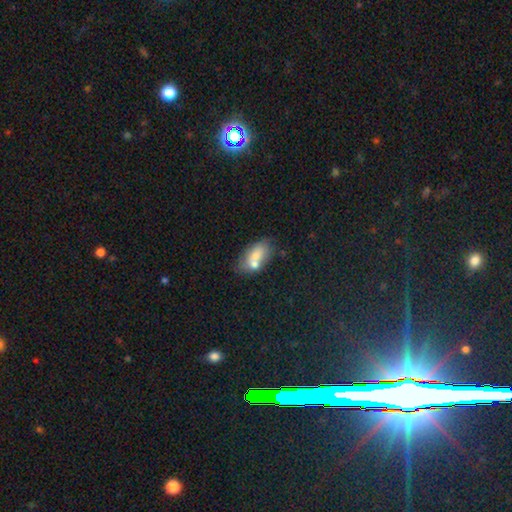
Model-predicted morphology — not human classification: smooth 67%, featured or disk 23%, star or artifact 9%. Down the decision tree: how rounded — in between (87%); merging — merger (39%).